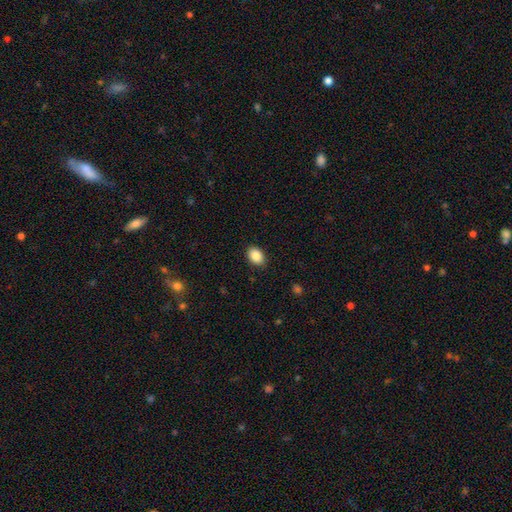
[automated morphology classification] Q: Smooth or featured?
A: smooth (88%); runner-up: star or artifact (8%)
Q: How rounded?
A: in between (80%); runner-up: round (19%)
Q: Merging?
A: none (88%); runner-up: minor disturbance (9%)